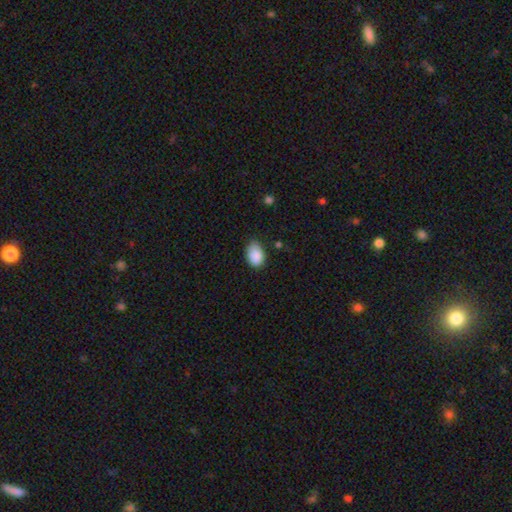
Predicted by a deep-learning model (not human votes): A smooth galaxy with no disk features (88%) that is in between round and cigar-shaped (85%). Merging: none (62%).